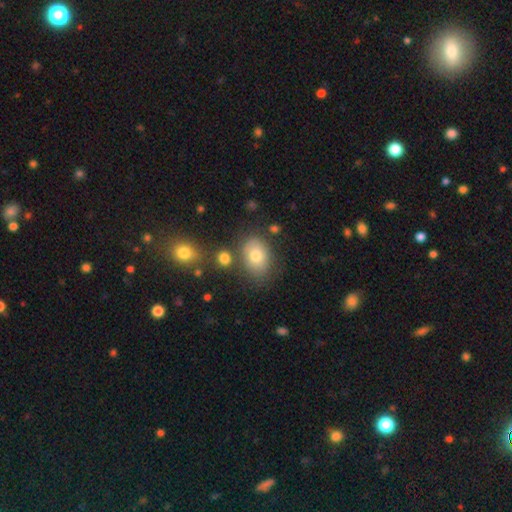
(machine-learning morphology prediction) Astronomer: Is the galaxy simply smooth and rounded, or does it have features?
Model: smooth — 75%.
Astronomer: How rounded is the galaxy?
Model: in between — 71%.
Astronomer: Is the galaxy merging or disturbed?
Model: none — 69%.